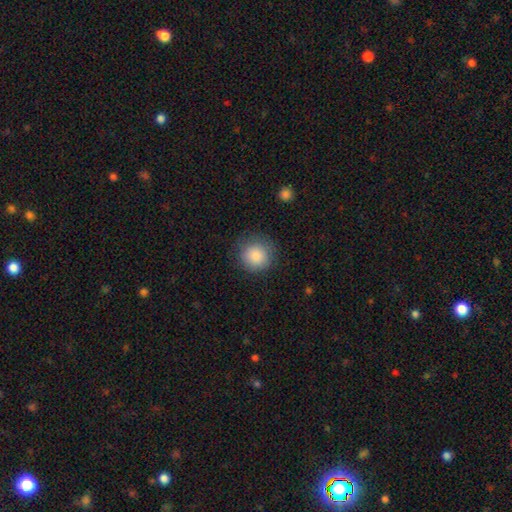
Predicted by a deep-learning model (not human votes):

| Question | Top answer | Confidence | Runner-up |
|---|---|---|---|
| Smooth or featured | smooth | 87% | star or artifact (9%) |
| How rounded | round | 93% | in between (6%) |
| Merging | none | 83% | minor disturbance (12%) |